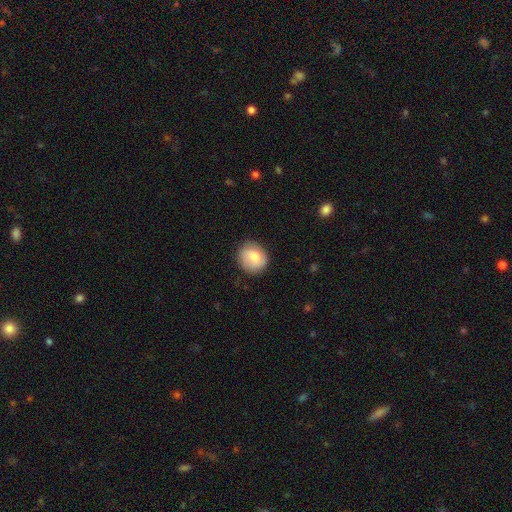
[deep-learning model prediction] Smooth or featured? Predicted: smooth (p=0.76). How rounded? Predicted: round (p=0.78). Merging? Predicted: none (p=0.82).